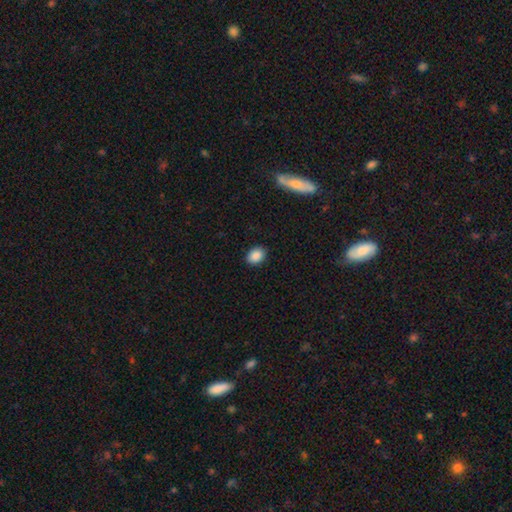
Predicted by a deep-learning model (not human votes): smooth_or_featured: smooth (p=0.88) [alt: star or artifact p=0.08]
how_rounded: in between (p=0.69) [alt: round p=0.30]
merging: none (p=0.88) [alt: minor disturbance p=0.09]